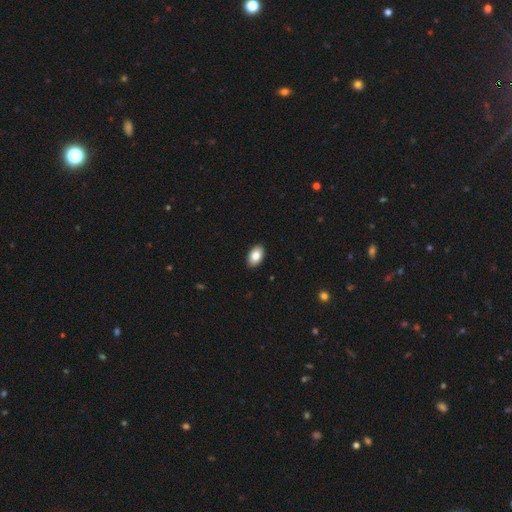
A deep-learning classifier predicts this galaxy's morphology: This is clearly a smooth galaxy (85%). How rounded: clearly in between (93%). Merging: clearly none (90%).